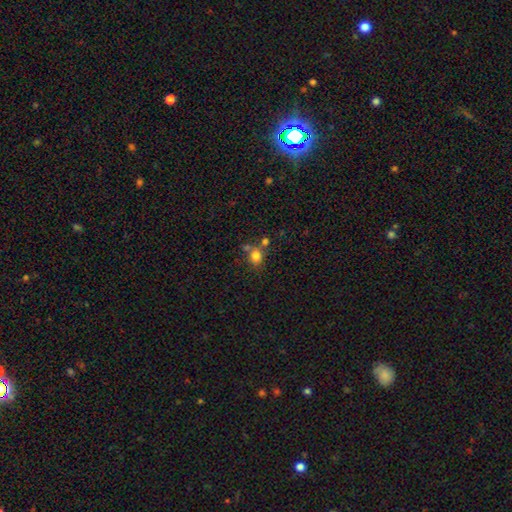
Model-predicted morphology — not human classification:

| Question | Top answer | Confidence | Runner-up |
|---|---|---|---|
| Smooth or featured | smooth | 79% | star or artifact (13%) |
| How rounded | round | 66% | in between (33%) |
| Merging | none | 52% | merger (29%) |